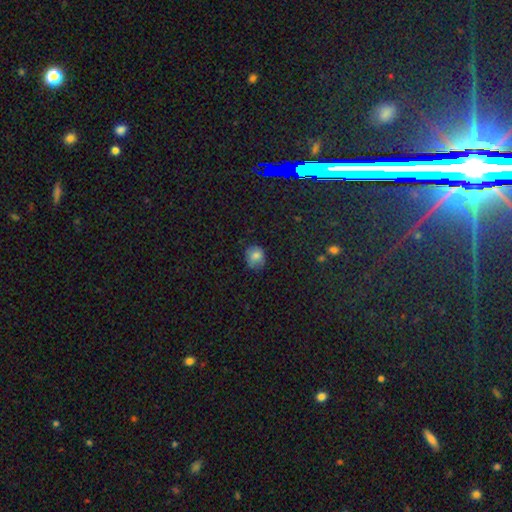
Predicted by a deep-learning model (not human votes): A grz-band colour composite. It shows a smooth galaxy with no disk features (79%) that is round (73%). Merging: none (67%).